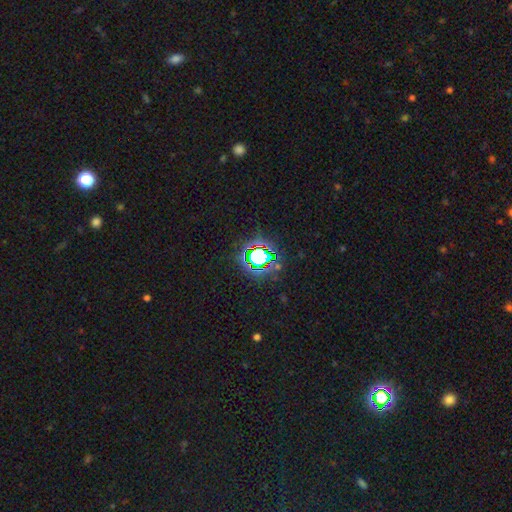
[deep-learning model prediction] Smooth or featured? Predicted: star or artifact (p=0.67).